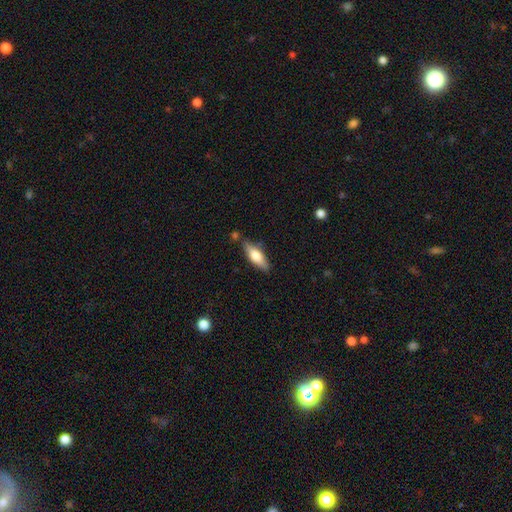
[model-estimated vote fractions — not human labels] Smooth or featured: smooth — 59% (featured or disk — 35%)
How rounded: in between — 55% (cigar-shaped — 43%)
Merging: none — 77% (minor disturbance — 15%)